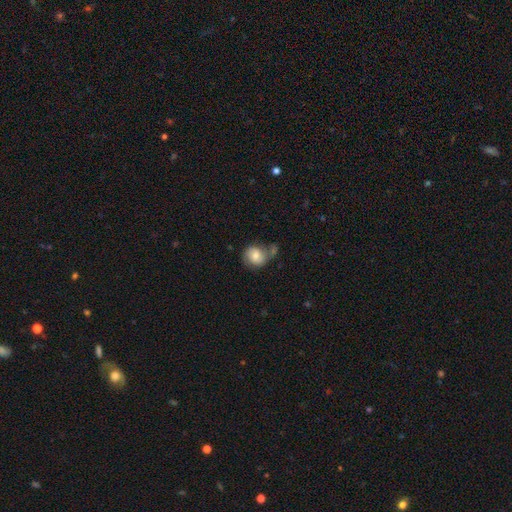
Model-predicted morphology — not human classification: The model was most divided on "merging": none: 45%, minor disturbance: 23%, merger: 20%, major disturbance: 12%. More confident: how rounded — round (71%); smooth or featured — smooth (61%).